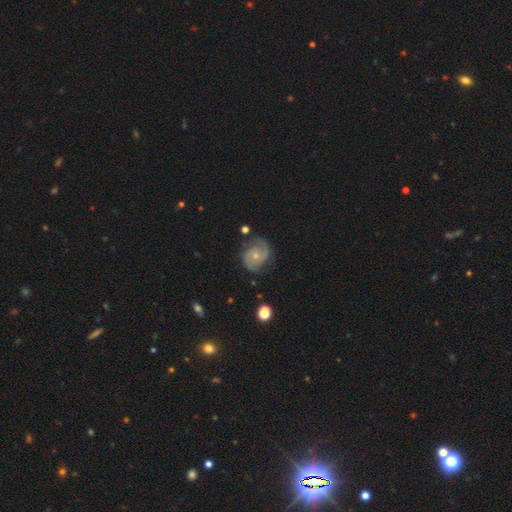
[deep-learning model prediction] A featured or disk galaxy (79%) with no bar (69%), 2 (75%) medium (45%) spiral arms (94%) and a small central bulge (62%).

Vote fractions:
- Smooth or featured? featured or disk: 79% / smooth: 15% / star or artifact: 6%
- Edge-on disk? no: 98% / yes: 2%
- Bar? no: 69% / weak: 26% / strong: 4%
- Spiral arms? yes: 94% / no: 6%
- Spiral winding? medium: 45% / tight: 37% / loose: 18%
- Spiral arm count? 2: 75% / can't tell: 10% / 1: 6% / 3: 5% / 4: 2% / more than 4: 2%
- Bulge size? small: 62% / moderate: 33% / none: 3% / large: 1% / dominant: 1%
- Merging? none: 67% / minor disturbance: 21% / major disturbance: 9% / merger: 2%